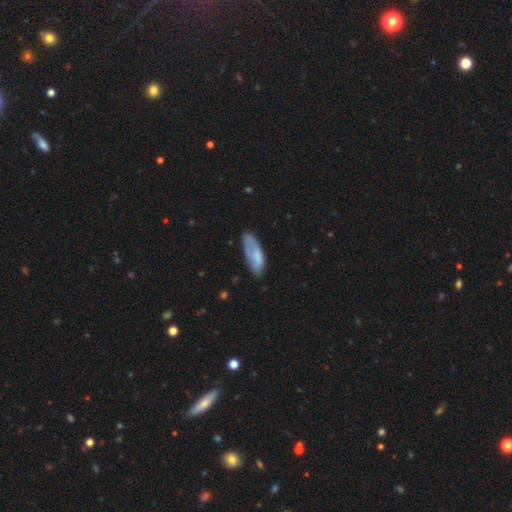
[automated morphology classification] smooth 66%, featured or disk 27%, star or artifact 7%. Down the decision tree: how rounded — in between (68%); merging — none (52%).